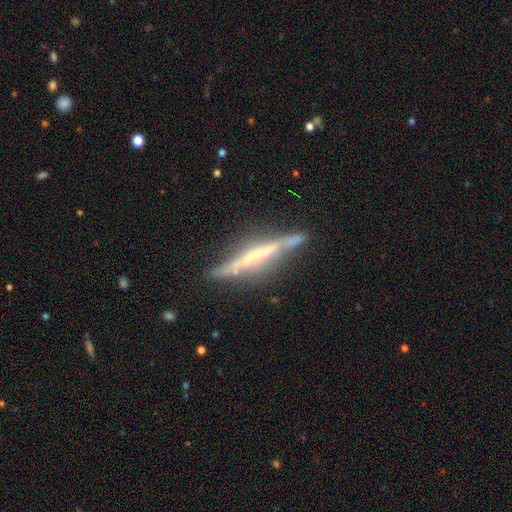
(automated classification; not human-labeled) featured or disk 76%, smooth 17%, star or artifact 6%. Down the decision tree: edge-on disk — yes (94%); edge-on bulge — none (51%); merging — none (75%).